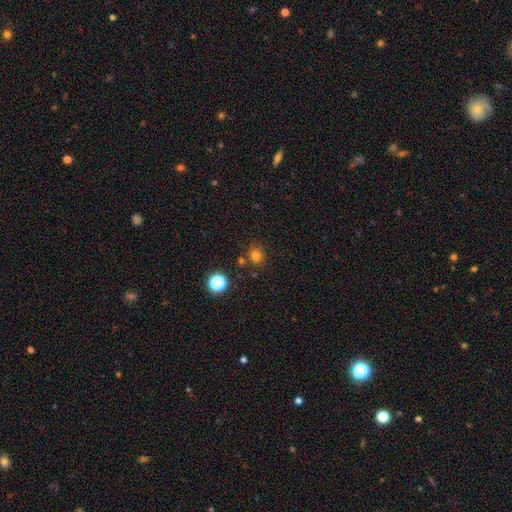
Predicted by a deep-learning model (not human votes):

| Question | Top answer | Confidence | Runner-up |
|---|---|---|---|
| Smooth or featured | smooth | 77% | star or artifact (18%) |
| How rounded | round | 83% | in between (16%) |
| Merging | none | 79% | minor disturbance (10%) |